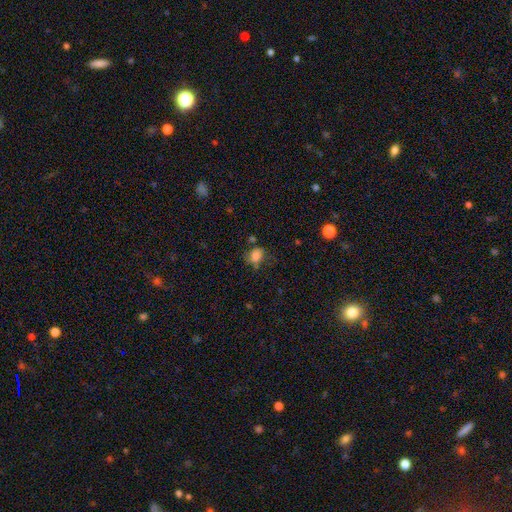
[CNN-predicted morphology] The model was most divided on "how rounded": in between: 56%, round: 42%, cigar-shaped: 1%. More confident: smooth or featured — smooth (79%); merging — none (55%).